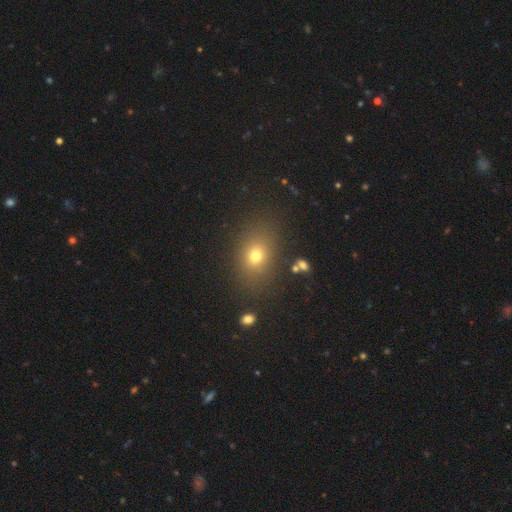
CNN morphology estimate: smooth 71%, star or artifact 18%, featured or disk 11%. Down the decision tree: how rounded — in between (60%); merging — none (82%).